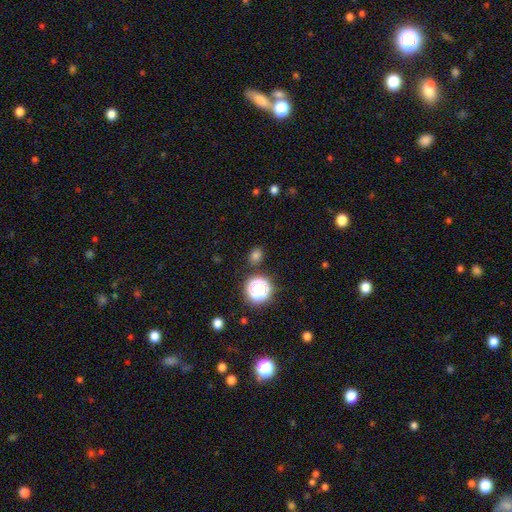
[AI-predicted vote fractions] Smooth or featured? smooth (73%)
How rounded? round (58%)
Merging? none (85%)